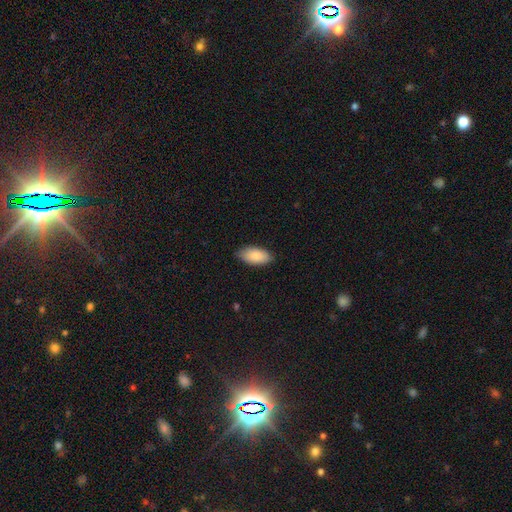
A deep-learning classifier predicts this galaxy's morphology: Overall: smooth (86%). How rounded: in between (93%). Merging: none (84%).